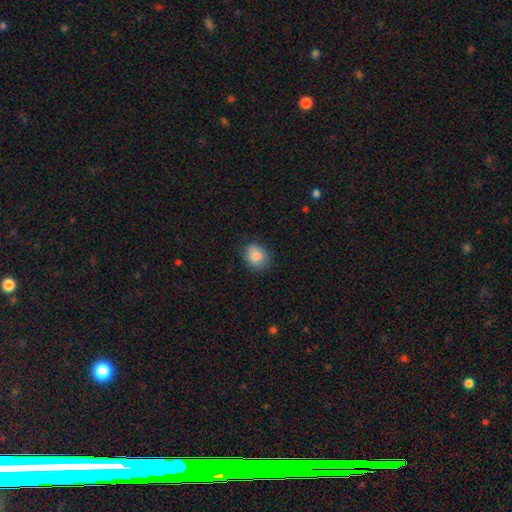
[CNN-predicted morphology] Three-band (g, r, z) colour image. It shows a smooth galaxy with no disk features (87%) that is round (61%). Merging: none (79%).